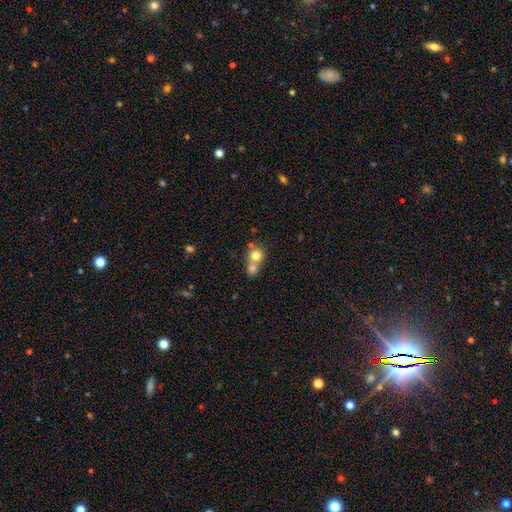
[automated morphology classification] Smooth or featured: smooth — 76% (featured or disk — 14%)
How rounded: round — 83% (in between — 16%)
Merging: merger — 60% (none — 32%)